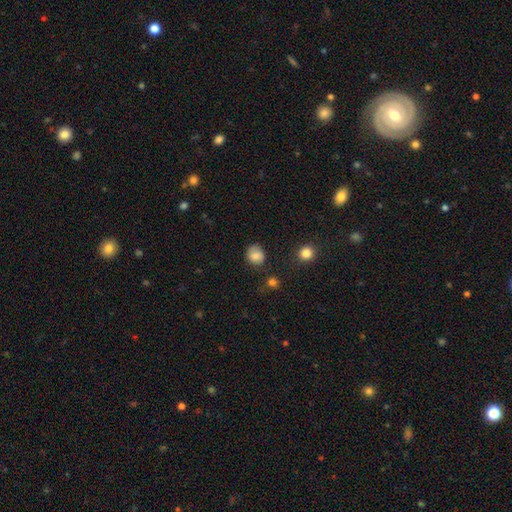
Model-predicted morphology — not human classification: This appears to be a smooth galaxy with no disk features (82%) that is round (74%). Merging: none (74%).